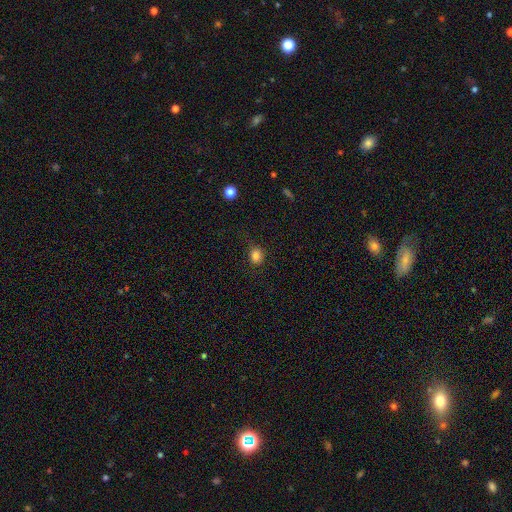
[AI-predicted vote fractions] A smooth galaxy with no disk features (84%) that is round (74%). Merging: none (78%).